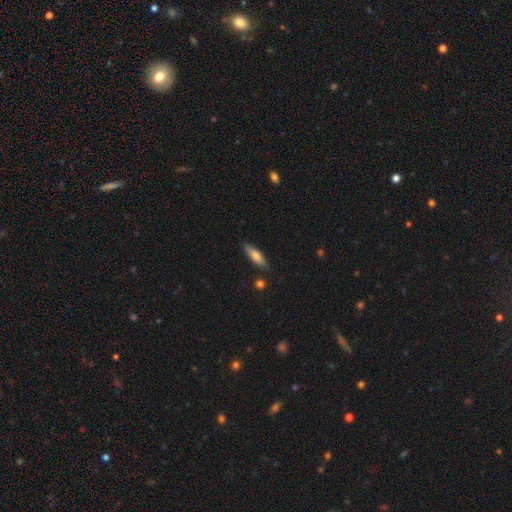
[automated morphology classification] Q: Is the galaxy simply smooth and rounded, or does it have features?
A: smooth — 66%.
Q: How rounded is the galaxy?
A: cigar-shaped — 60%.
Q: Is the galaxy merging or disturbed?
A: none — 82%.